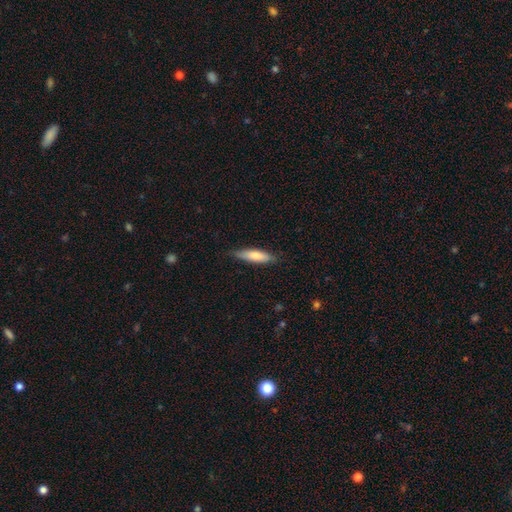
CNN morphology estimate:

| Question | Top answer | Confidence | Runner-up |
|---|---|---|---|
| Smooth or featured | smooth | 74% | featured or disk (21%) |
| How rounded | cigar-shaped | 65% | in between (33%) |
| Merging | none | 78% | minor disturbance (18%) |